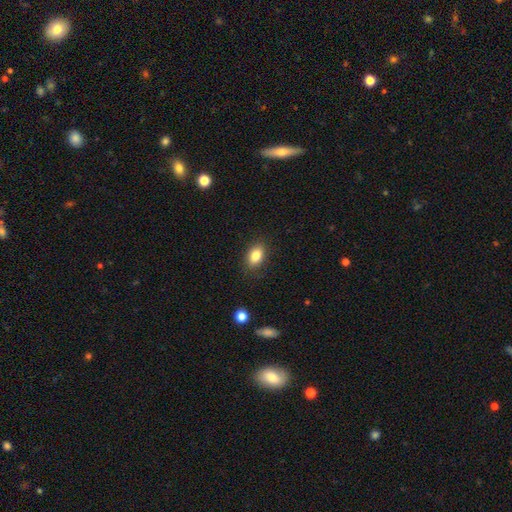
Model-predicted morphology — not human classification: This appears to be a smooth galaxy with no disk features (84%) that is in between round and cigar-shaped (85%). Merging: none (85%).